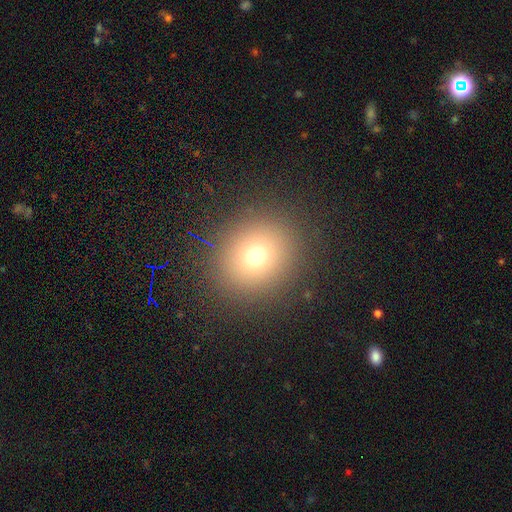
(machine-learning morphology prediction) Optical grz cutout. It shows a smooth galaxy with no disk features (72%) that is round (82%). Merging: none (90%).